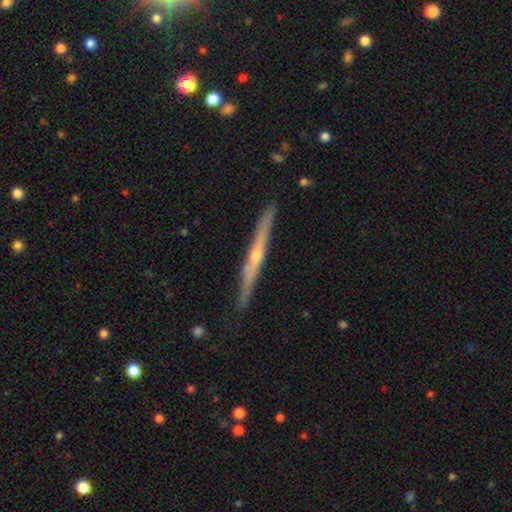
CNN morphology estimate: Smooth or featured: featured or disk — 74% (smooth — 21%)
Edge-on disk: yes — 97% (no — 3%)
Edge-on bulge: rounded — 73% (none — 23%)
Merging: none — 87% (minor disturbance — 10%)